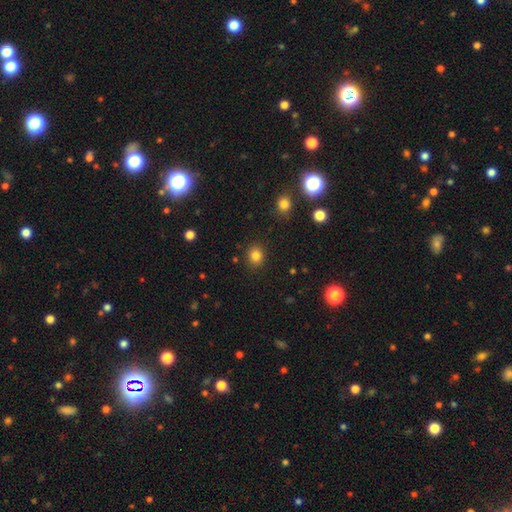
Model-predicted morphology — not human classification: Smooth or featured: smooth — 82% (star or artifact — 12%)
How rounded: round — 75% (in between — 24%)
Merging: none — 88% (minor disturbance — 7%)